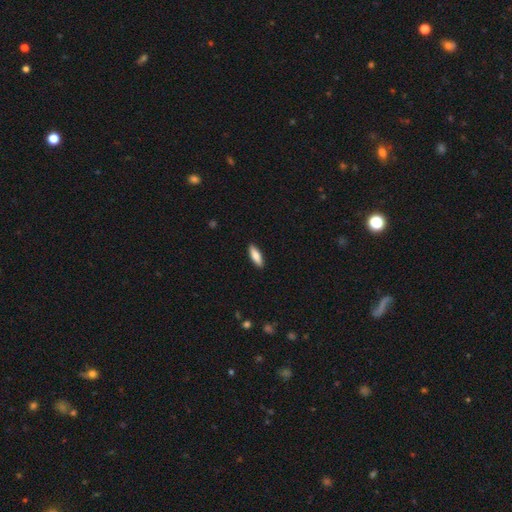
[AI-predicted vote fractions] Smooth or featured?
  - smooth: 81% *
  - featured or disk: 13%
  - star or artifact: 6%
How rounded?
  - in between: 55% *
  - cigar-shaped: 43%
  - round: 2%
Merging?
  - none: 90% *
  - minor disturbance: 7%
  - major disturbance: 2%
  - merger: 1%